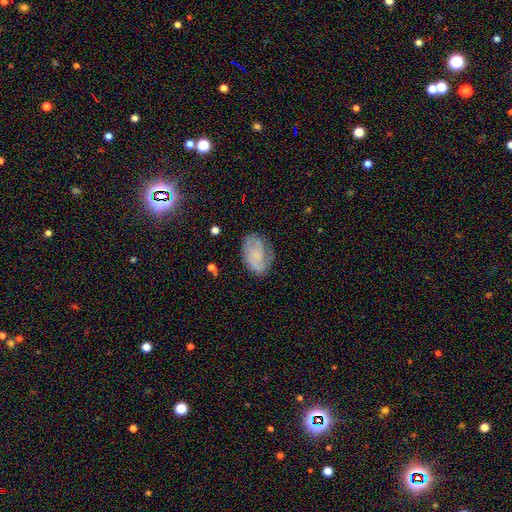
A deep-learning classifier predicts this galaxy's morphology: The model was most divided on "bulge size": none: 45%, small: 37%, moderate: 13%, large: 4%, dominant: 2%. Remaining: edge-on disk — no (97%); spiral arms — yes (87%); merging — none (70%); bar — no (68%); smooth or featured — featured or disk (61%); spiral winding — tight (50%); spiral arm count — 2 (48%).